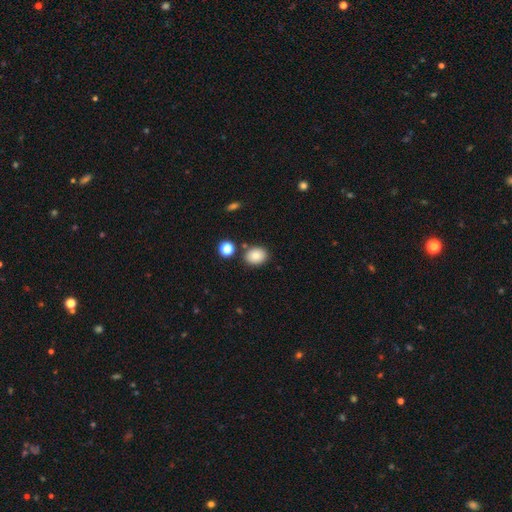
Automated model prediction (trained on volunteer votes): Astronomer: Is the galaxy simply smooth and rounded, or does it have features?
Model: smooth — 84%.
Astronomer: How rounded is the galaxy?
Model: in between — 54% (runner-up: round, 45%).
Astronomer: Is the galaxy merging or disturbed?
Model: none — 82%.